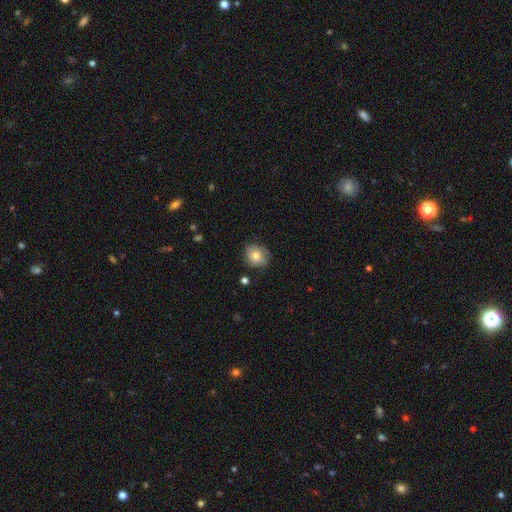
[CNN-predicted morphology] This appears to be a smooth galaxy with no disk features (73%) that is round (71%). Merging: none (71%).